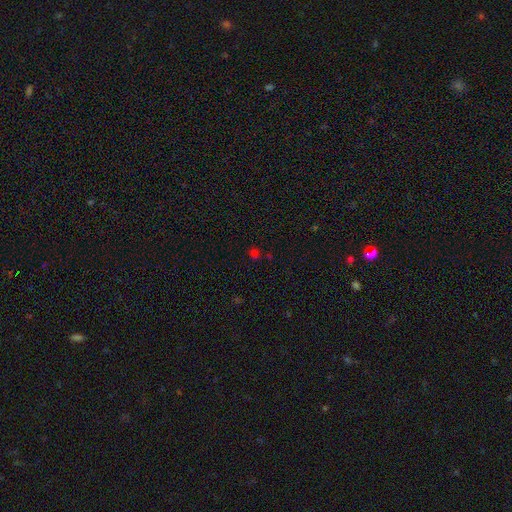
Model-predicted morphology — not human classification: smooth_or_featured: smooth (p=0.53) [alt: star or artifact p=0.41]
how_rounded: round (p=0.78) [alt: in between p=0.21]
merging: none (p=0.76) [alt: minor disturbance p=0.12]